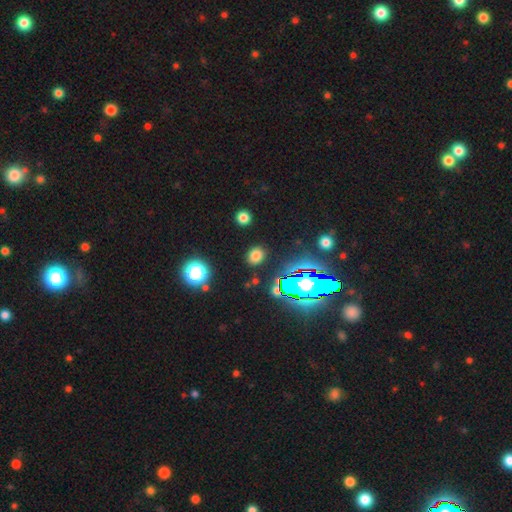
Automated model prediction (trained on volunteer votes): Q: Smooth or featured?
A: smooth (71%); runner-up: star or artifact (21%)
Q: How rounded?
A: round (61%); runner-up: in between (38%)
Q: Merging?
A: none (86%); runner-up: minor disturbance (8%)